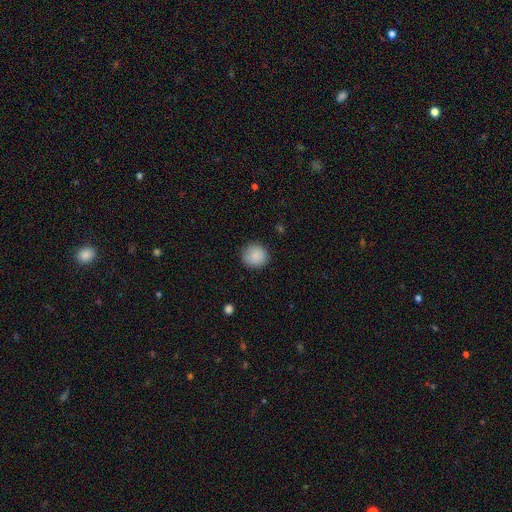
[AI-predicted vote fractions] smooth-or-featured: smooth: 88% | star or artifact: 8% | featured or disk: 4%
  how-rounded: round: 91% | in between: 8% | cigar-shaped: 1%
  merging: none: 87% | minor disturbance: 9% | major disturbance: 2% | merger: 1%